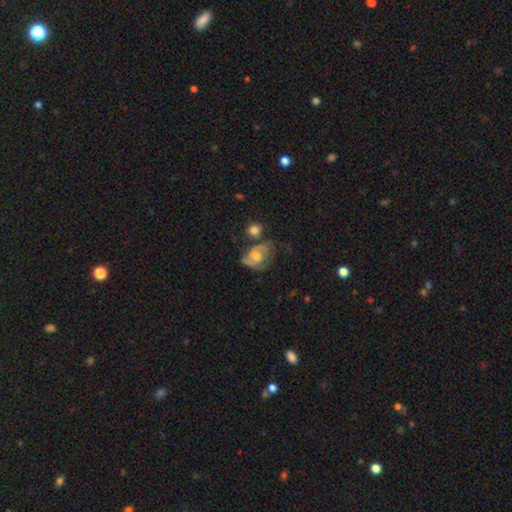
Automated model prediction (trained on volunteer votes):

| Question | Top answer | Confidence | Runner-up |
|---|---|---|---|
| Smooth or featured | featured or disk | 53% | smooth (38%) |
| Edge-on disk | no | 96% | yes (4%) |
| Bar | no | 67% | weak (28%) |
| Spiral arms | yes | 67% | no (33%) |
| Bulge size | moderate | 61% | small (23%) |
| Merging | none | 34% | minor disturbance (27%) |